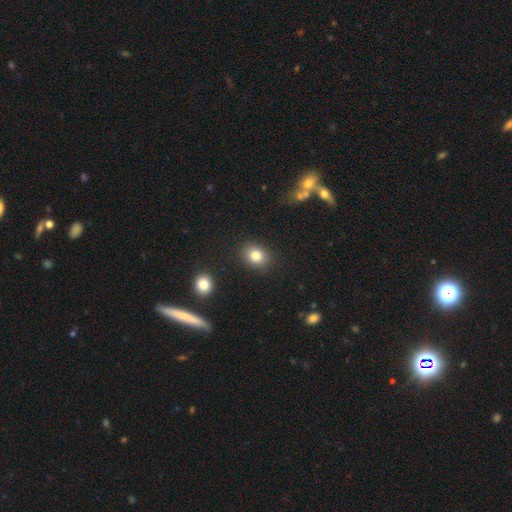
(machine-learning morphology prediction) Smooth or featured? smooth (81%)
How rounded? round (54%)
Merging? none (86%)